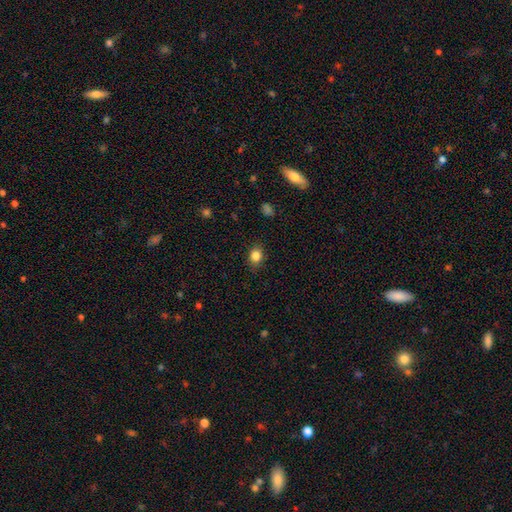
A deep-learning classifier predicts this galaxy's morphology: Q: Smooth or featured?
A: smooth (84%); runner-up: star or artifact (11%)
Q: How rounded?
A: round (51%); runner-up: in between (48%)
Q: Merging?
A: none (86%); runner-up: minor disturbance (10%)